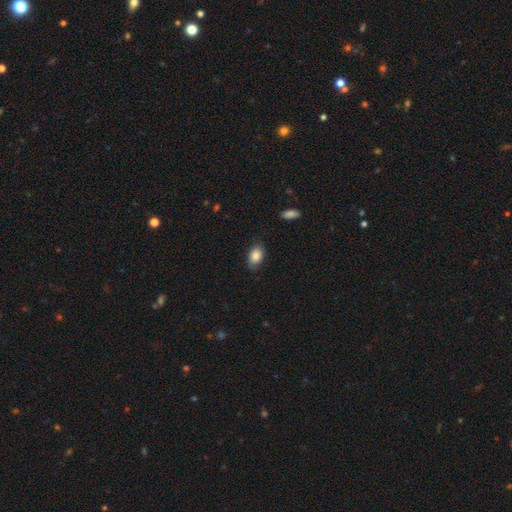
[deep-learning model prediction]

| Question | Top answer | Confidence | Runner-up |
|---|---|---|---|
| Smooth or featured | smooth | 86% | featured or disk (7%) |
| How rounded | in between | 87% | round (11%) |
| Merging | none | 78% | minor disturbance (17%) |